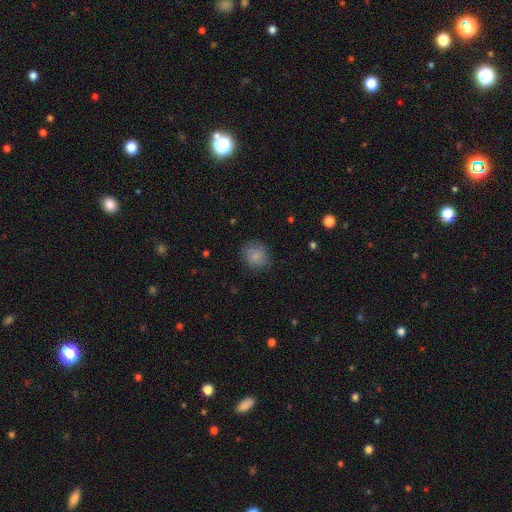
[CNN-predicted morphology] type=smooth (83%); roundness=round (76%); merging=none (81%).